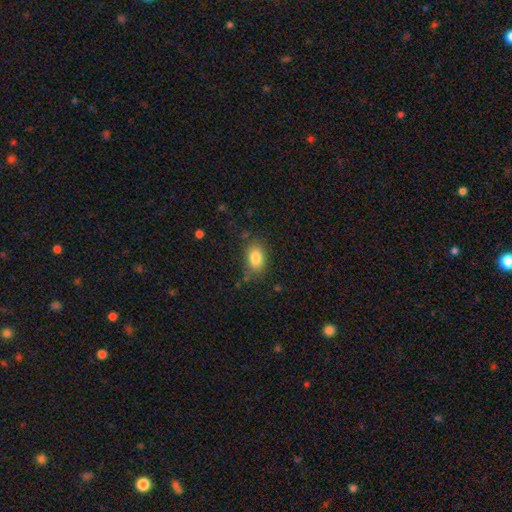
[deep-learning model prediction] Smooth or featured? smooth (83%)
How rounded? in between (83%)
Merging? none (78%)